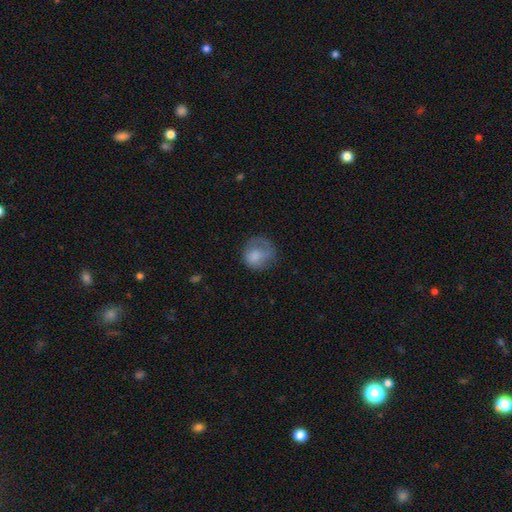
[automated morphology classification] Smooth or featured? Predicted: smooth (p=0.74). How rounded? Predicted: round (p=0.75). Merging? Predicted: none (p=0.45).